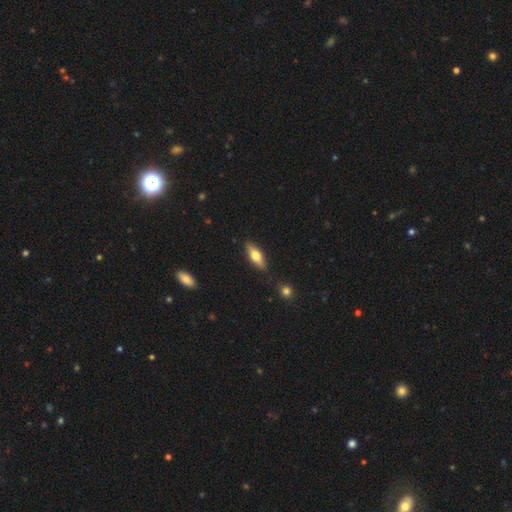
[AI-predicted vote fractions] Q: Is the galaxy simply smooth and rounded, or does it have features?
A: smooth — 67%.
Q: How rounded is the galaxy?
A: in between — 70%.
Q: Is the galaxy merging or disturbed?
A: none — 84%.